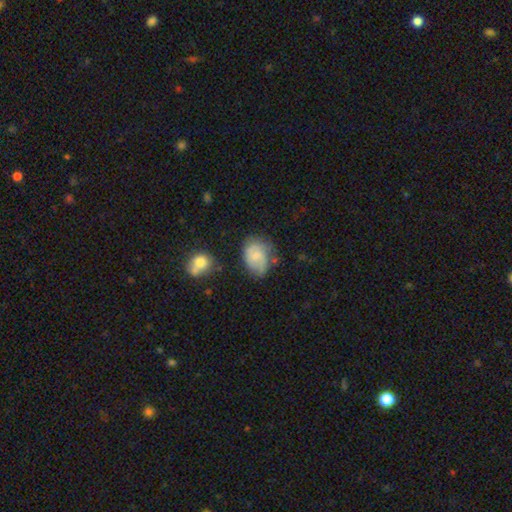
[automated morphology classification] This appears to be a smooth galaxy with no disk features (52%) that is in between round and cigar-shaped (66%). Merging: none (51%).